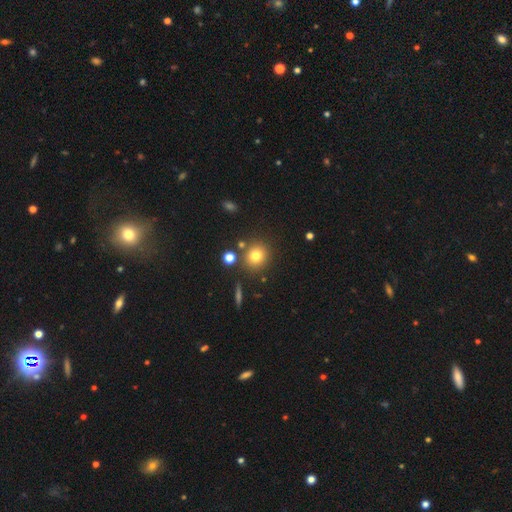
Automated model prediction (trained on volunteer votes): A smooth galaxy with no disk features (75%) that is round (89%).

Vote fractions:
- Smooth or featured? smooth: 75% / star or artifact: 14% / featured or disk: 10%
- How rounded? round: 89% / in between: 10% / cigar-shaped: 1%
- Merging? none: 81% / minor disturbance: 9% / merger: 8% / major disturbance: 3%